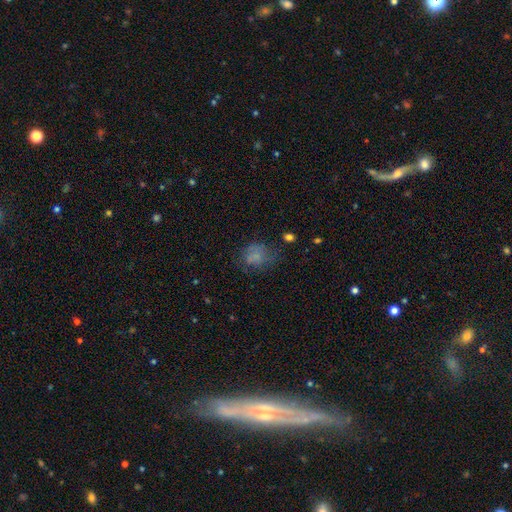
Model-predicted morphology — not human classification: smooth-or-featured: smooth: 62% | featured or disk: 22% | star or artifact: 15%
  how-rounded: in between: 51% | round: 48% | cigar-shaped: 1%
  merging: none: 49% | minor disturbance: 25% | major disturbance: 23% | merger: 3%